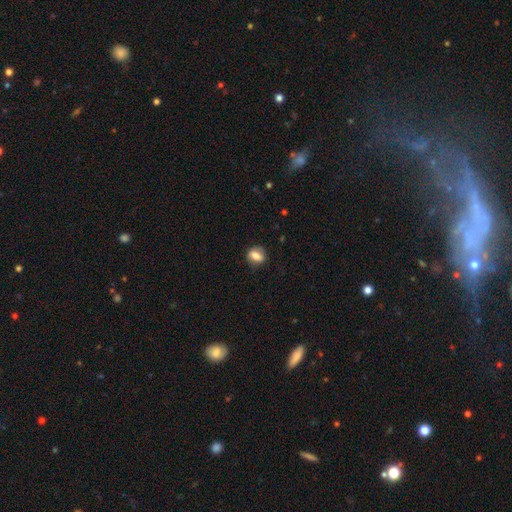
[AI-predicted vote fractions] Morphology: type=smooth (74%); roundness=in between (58%); merging=none (77%).